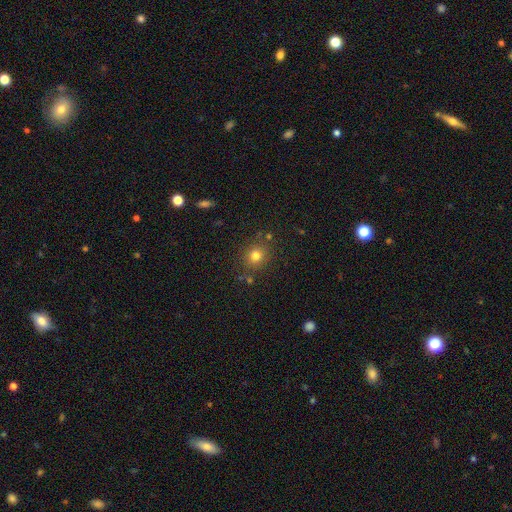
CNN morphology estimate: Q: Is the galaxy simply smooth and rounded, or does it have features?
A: smooth — 77%.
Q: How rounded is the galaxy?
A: round — 81%.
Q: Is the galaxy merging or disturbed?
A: none — 82%.